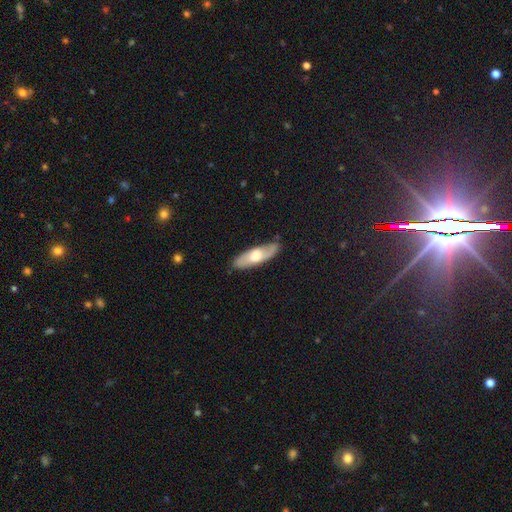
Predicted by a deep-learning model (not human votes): Smooth or featured? smooth (52%)
How rounded? in between (50%)
Merging? none (83%)